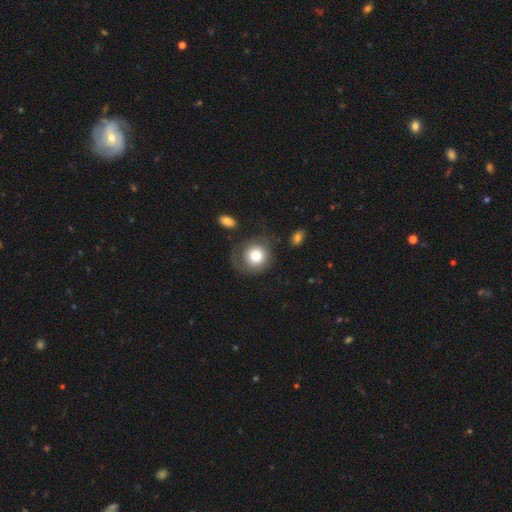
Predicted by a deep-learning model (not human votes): Smooth or featured? Predicted: smooth (p=0.77). How rounded? Predicted: round (p=0.87). Merging? Predicted: none (p=0.61).